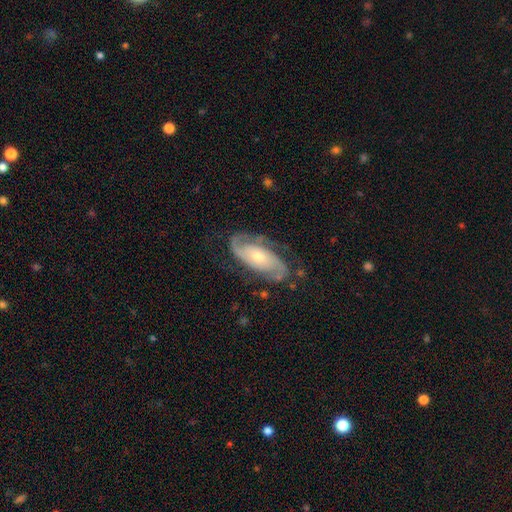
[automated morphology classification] Smooth or featured: featured or disk — 88% (smooth — 7%)
Edge-on disk: no — 95% (yes — 5%)
Bar: no — 65% (weak — 24%)
Spiral arms: yes — 97% (no — 3%)
Spiral winding: tight — 45% (medium — 42%)
Spiral arm count: 2 — 89% (can't tell — 5%)
Bulge size: moderate — 48% (small — 45%)
Merging: none — 77% (minor disturbance — 15%)